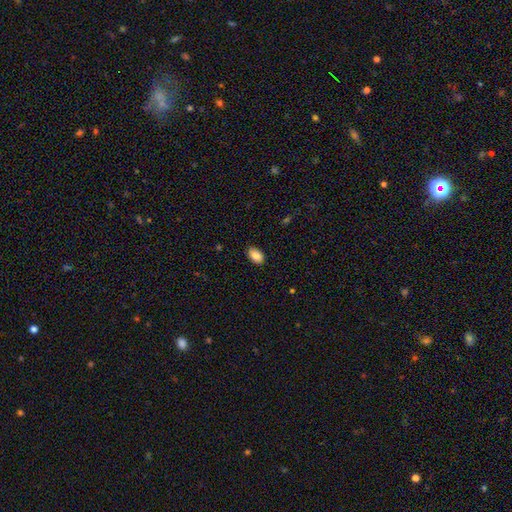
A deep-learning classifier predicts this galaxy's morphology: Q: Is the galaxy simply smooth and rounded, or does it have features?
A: smooth — 85%.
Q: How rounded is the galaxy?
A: in between — 91%.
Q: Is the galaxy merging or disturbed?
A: none — 85%.